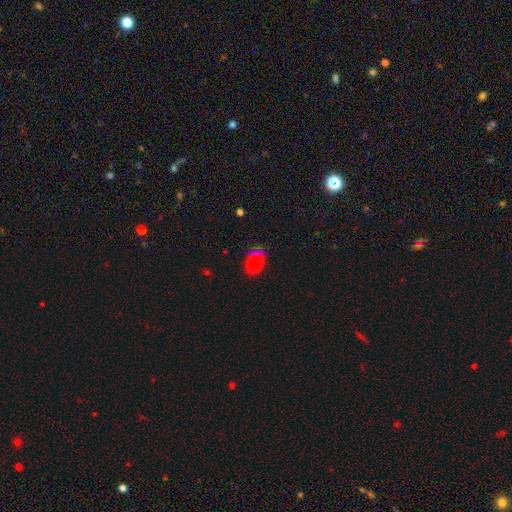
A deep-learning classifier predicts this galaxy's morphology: smooth 67%, star or artifact 21%, featured or disk 12%. Down the decision tree: how rounded — in between (67%); merging — none (73%).